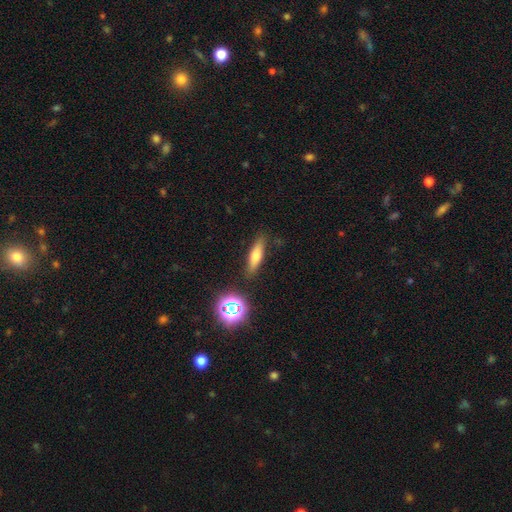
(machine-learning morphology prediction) Smooth or featured: smooth — 58% (featured or disk — 29%)
How rounded: cigar-shaped — 68% (in between — 28%)
Merging: none — 83% (minor disturbance — 12%)